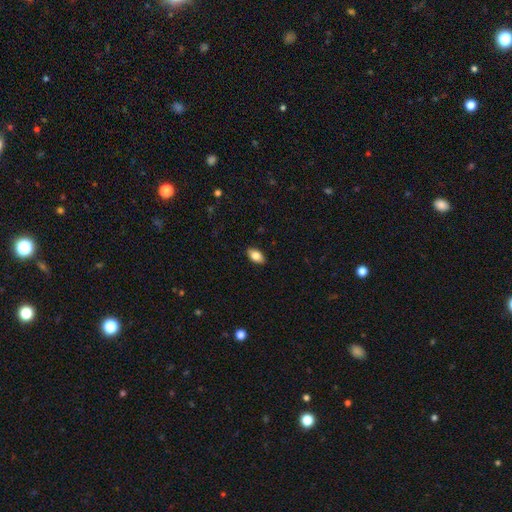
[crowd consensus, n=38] smooth_or_featured: smooth (p=0.87) [alt: featured or disk p=0.11]
how_rounded: in between (p=0.94) [alt: round p=0.06]
merging: none (p=0.89) [alt: minor disturbance p=0.08]